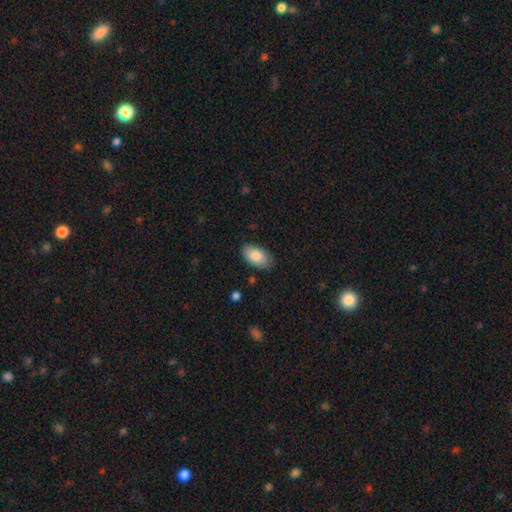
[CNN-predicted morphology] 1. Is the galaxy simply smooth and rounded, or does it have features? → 85% smooth, 8% featured or disk, 6% star or artifact.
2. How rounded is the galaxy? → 95% in between, 3% round, 2% cigar-shaped.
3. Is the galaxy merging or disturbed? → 83% none, 13% minor disturbance, 2% major disturbance, 1% merger.